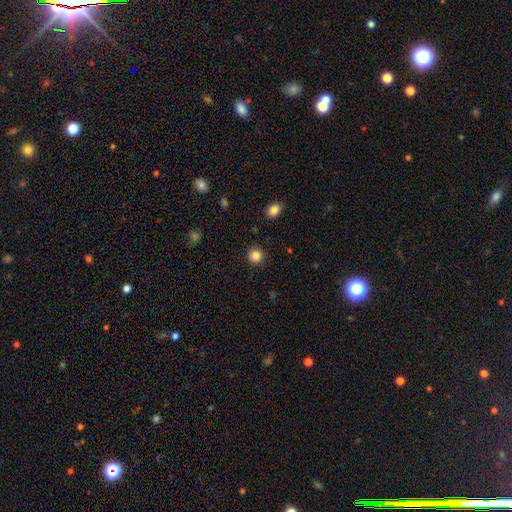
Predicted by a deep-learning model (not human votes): A smooth galaxy with no disk features (86%) that is round (93%).

Vote fractions:
- Smooth or featured? smooth: 86% / star or artifact: 11% / featured or disk: 3%
- How rounded? round: 93% / in between: 6% / cigar-shaped: 1%
- Merging? none: 91% / minor disturbance: 6% / major disturbance: 2% / merger: 1%